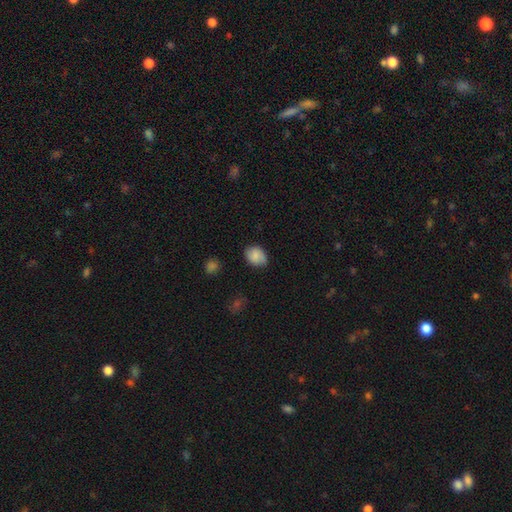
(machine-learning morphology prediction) smooth-or-featured: smooth: 82% | featured or disk: 10% | star or artifact: 8%
  how-rounded: in between: 59% | round: 40% | cigar-shaped: 1%
  merging: none: 74% | minor disturbance: 21% | major disturbance: 4% | merger: 2%